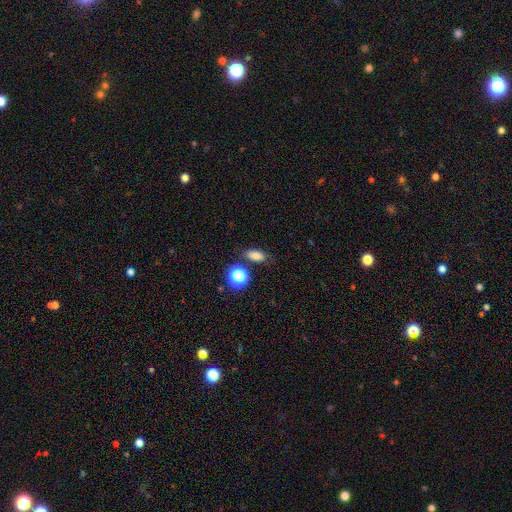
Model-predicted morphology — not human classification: Smooth or featured? Predicted: smooth (p=0.77). How rounded? Predicted: in between (p=0.79). Merging? Predicted: none (p=0.75).